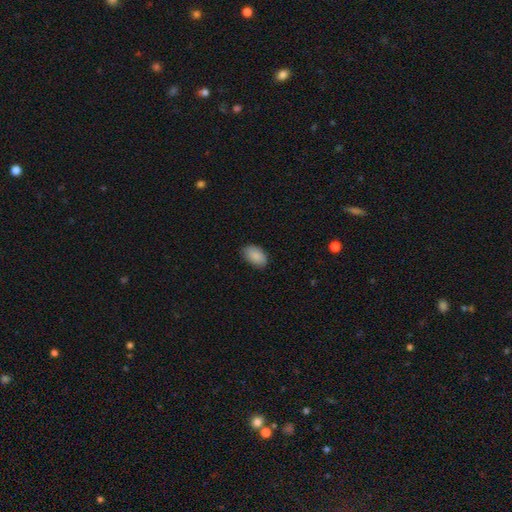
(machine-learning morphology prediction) smooth 89%, star or artifact 7%, featured or disk 4%. Down the decision tree: how rounded — in between (92%); merging — none (80%).